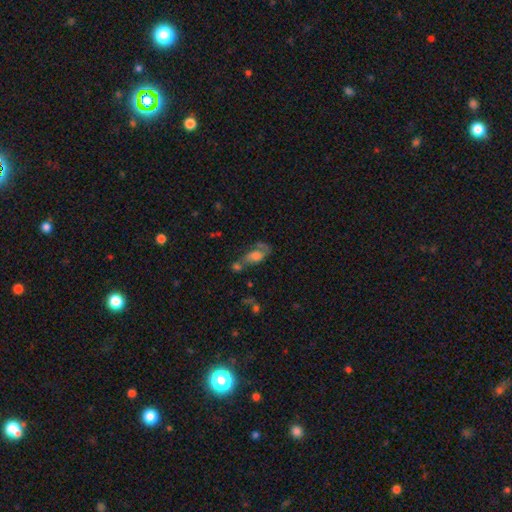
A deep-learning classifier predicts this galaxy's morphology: Smooth or featured? smooth (49%)
Merging? none (29%, tied with merger)